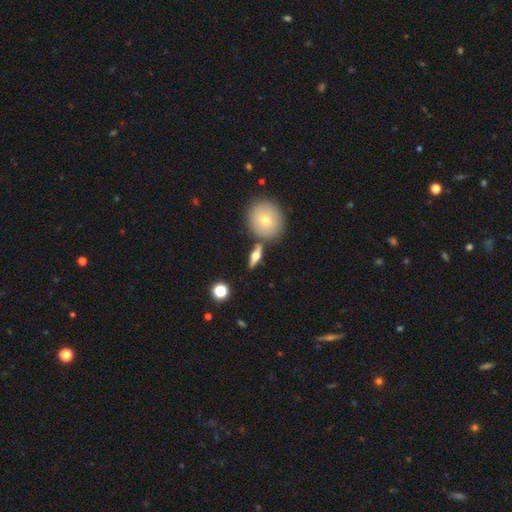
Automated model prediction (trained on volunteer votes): This appears to be a featured or disk galaxy (51%) viewed edge-on (87%). Merging: none (77%).